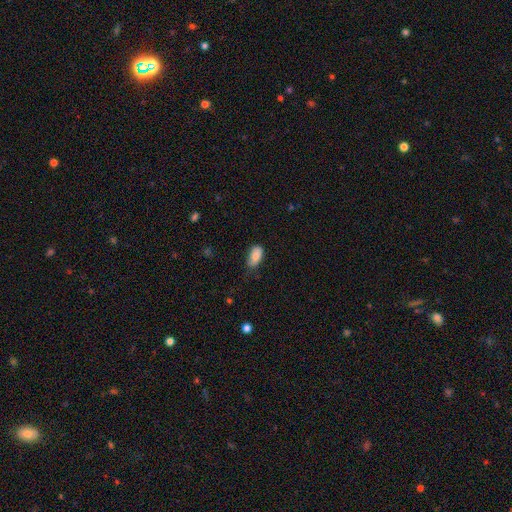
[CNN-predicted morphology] Smooth or featured: smooth — 83% (featured or disk — 9%)
How rounded: in between — 92% (round — 5%)
Merging: none — 56% (minor disturbance — 35%)